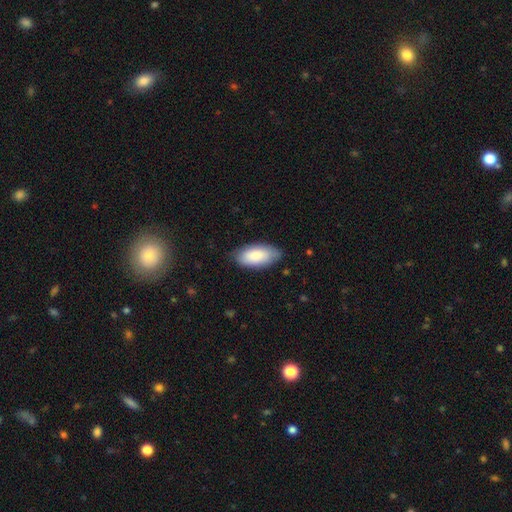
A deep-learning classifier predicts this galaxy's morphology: A smooth galaxy with no disk features (86%) that is in between round and cigar-shaped (92%).

Vote fractions:
- Smooth or featured? smooth: 86% / featured or disk: 9% / star or artifact: 5%
- How rounded? in between: 92% / cigar-shaped: 6% / round: 2%
- Merging? none: 80% / minor disturbance: 16% / major disturbance: 3% / merger: 1%